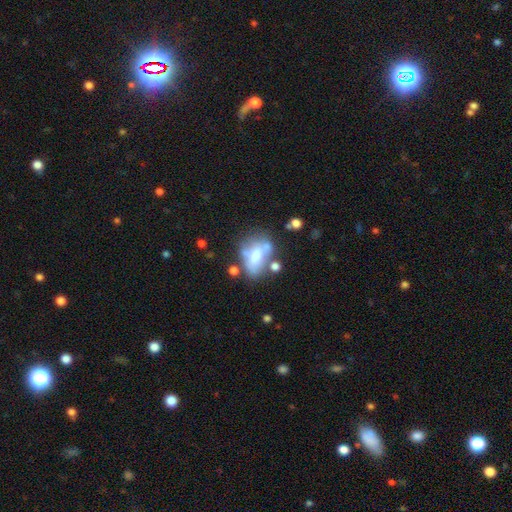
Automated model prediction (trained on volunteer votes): smooth_or_featured: smooth (p=0.47) [alt: featured or disk p=0.43]
merging: none (p=0.39) [alt: merger p=0.25]